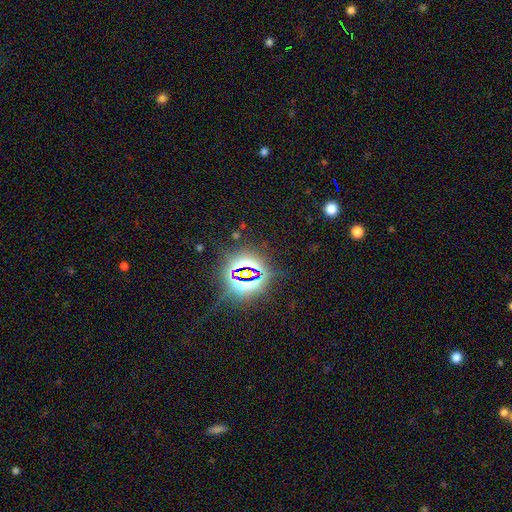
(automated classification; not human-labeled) This appears to be a star or artifact, not a galaxy (82%).